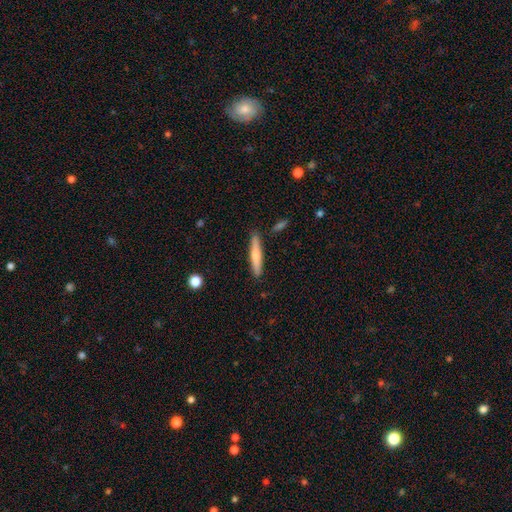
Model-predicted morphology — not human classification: A smooth galaxy with no disk features (64%) that is cigar-shaped (91%). Merging: none (87%).